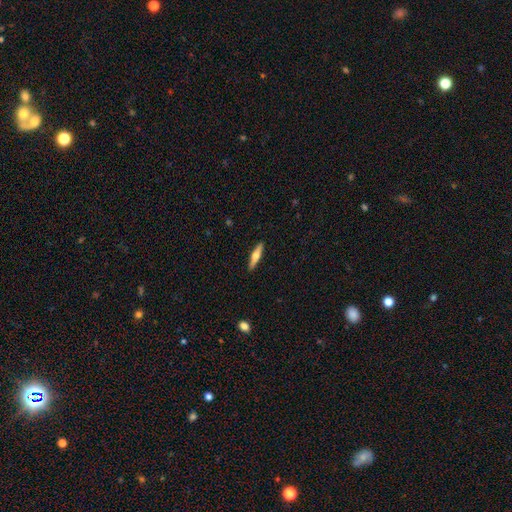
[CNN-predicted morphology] Overall: featured or disk (47%, tied with smooth). Merging: none (91%).